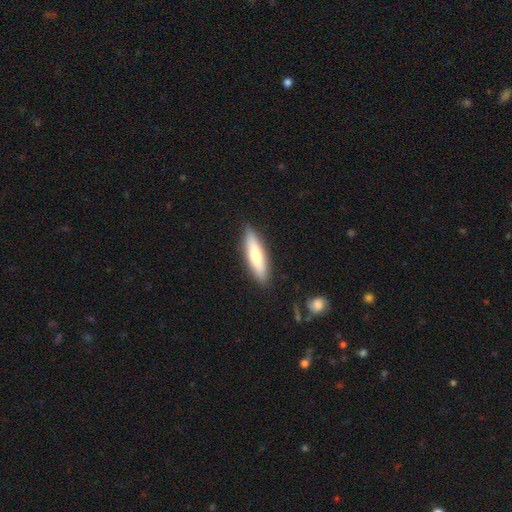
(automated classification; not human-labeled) This is likely a smooth galaxy (69%). How rounded: likely cigar-shaped (73%). Merging: clearly none (89%).